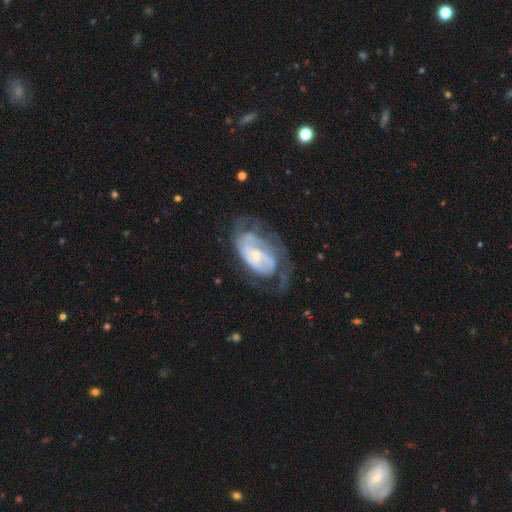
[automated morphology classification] Overall: featured or disk (77%). Edge-on disk: no (95%). Bar: no (60%; weak 31%). Spiral arms: yes (82%). Spiral arm count: can't tell (42%; 2 32%). Spiral winding: tight (50%; medium 35%). Bulge size: small (65%; moderate 28%). Merging: none (41%; major disturbance 33%).